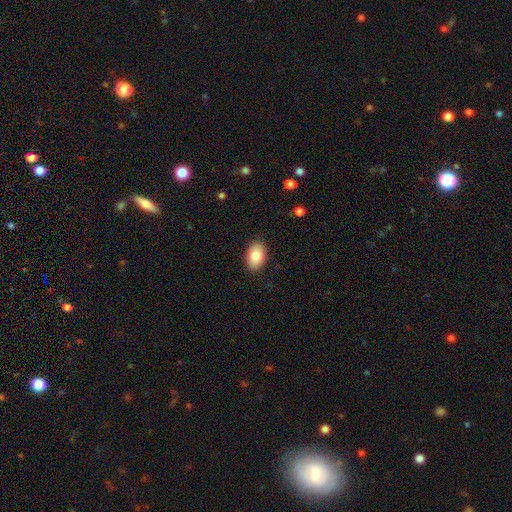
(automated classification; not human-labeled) smooth_or_featured: smooth (p=0.84) [alt: featured or disk p=0.09]
how_rounded: in between (p=0.89) [alt: round p=0.10]
merging: none (p=0.89) [alt: minor disturbance p=0.08]